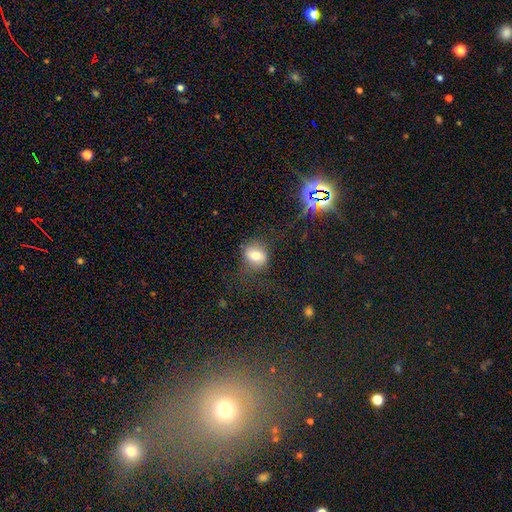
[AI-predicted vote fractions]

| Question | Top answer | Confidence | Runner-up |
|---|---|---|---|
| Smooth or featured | smooth | 71% | featured or disk (17%) |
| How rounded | round | 51% | in between (47%) |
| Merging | none | 66% | minor disturbance (19%) |